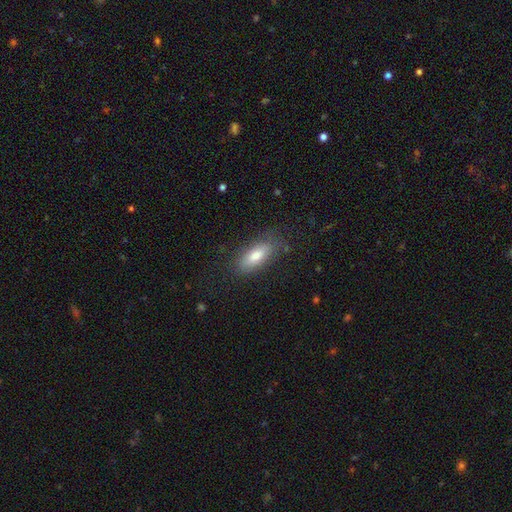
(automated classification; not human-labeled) smooth_or_featured: smooth (p=0.75) [alt: featured or disk p=0.17]
how_rounded: in between (p=0.74) [alt: cigar-shaped p=0.23]
merging: none (p=0.79) [alt: minor disturbance p=0.15]